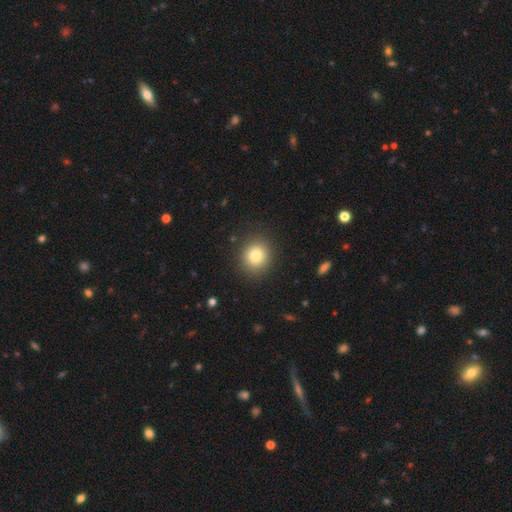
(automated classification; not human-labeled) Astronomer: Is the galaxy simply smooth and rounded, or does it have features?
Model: smooth — 80%.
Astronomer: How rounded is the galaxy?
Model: round — 85%.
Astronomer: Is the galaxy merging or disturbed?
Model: none — 89%.